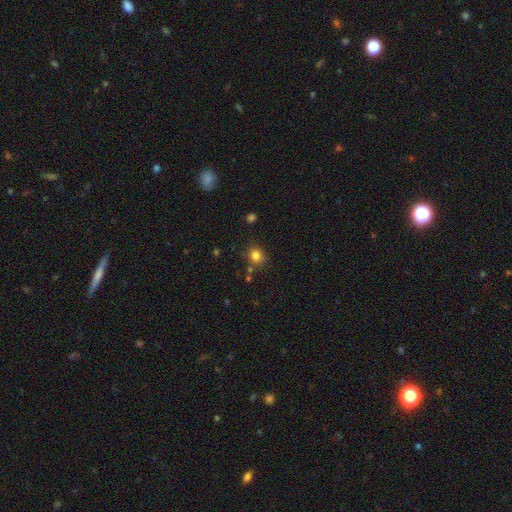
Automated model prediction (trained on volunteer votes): Smooth or featured: smooth — 81% (star or artifact — 12%)
How rounded: round — 75% (in between — 25%)
Merging: none — 75% (minor disturbance — 14%)